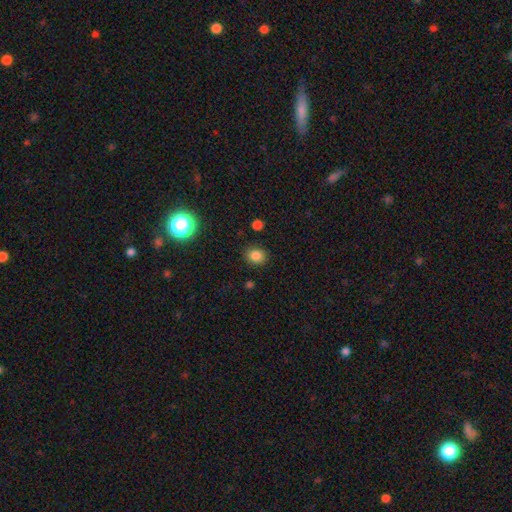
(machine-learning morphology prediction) Smooth or featured: smooth — 84% (star or artifact — 12%)
How rounded: round — 63% (in between — 36%)
Merging: none — 87% (minor disturbance — 8%)